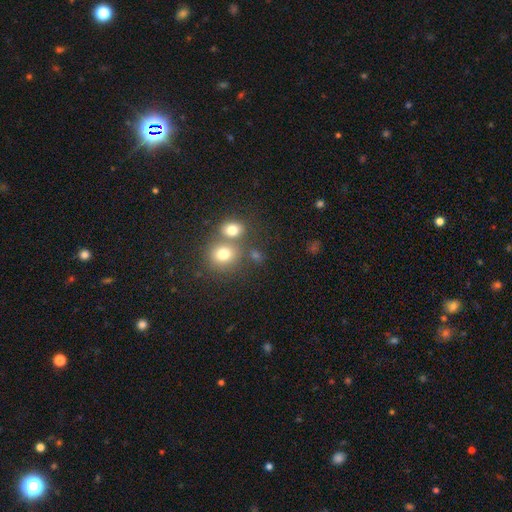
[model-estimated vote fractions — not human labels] Smooth or featured: smooth — 70% (star or artifact — 18%)
How rounded: round — 70% (in between — 29%)
Merging: none — 49% (merger — 38%)